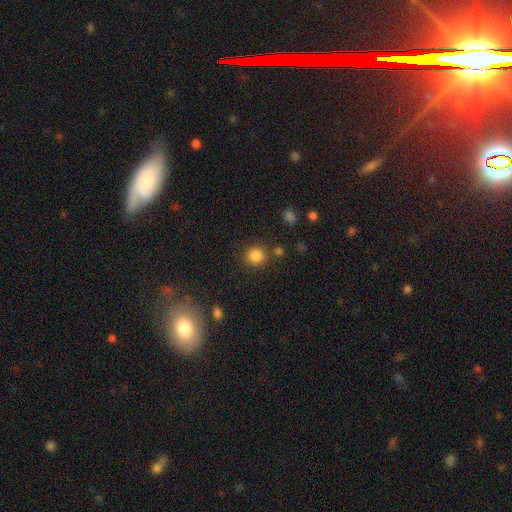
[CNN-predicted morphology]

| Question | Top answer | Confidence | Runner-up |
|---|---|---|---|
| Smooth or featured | smooth | 85% | star or artifact (11%) |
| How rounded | round | 88% | in between (11%) |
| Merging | none | 81% | minor disturbance (9%) |